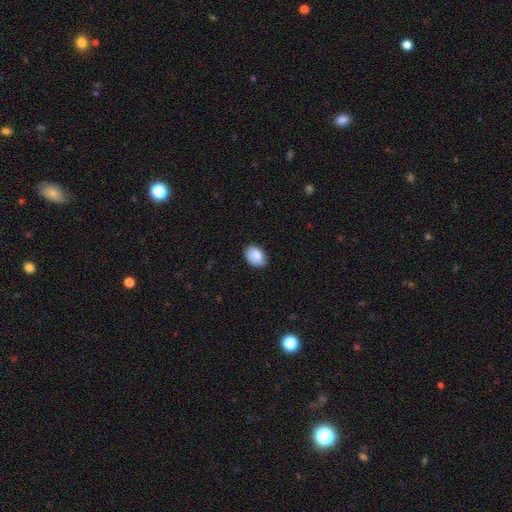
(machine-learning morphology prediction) A smooth galaxy with no disk features (85%) that is in between round and cigar-shaped (82%).

Vote fractions:
- Smooth or featured? smooth: 85% / featured or disk: 8% / star or artifact: 7%
- How rounded? in between: 82% / round: 17% / cigar-shaped: 1%
- Merging? none: 78% / minor disturbance: 18% / major disturbance: 3% / merger: 1%